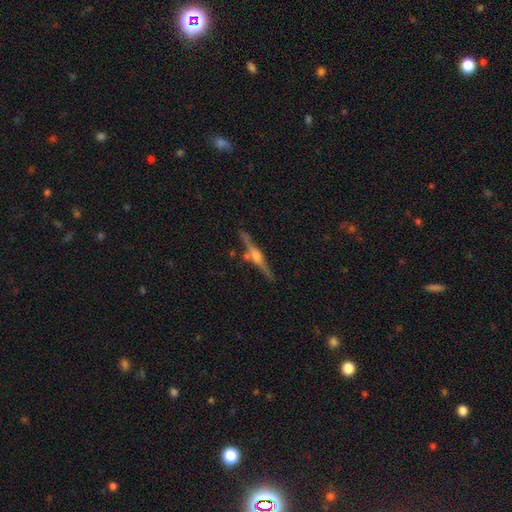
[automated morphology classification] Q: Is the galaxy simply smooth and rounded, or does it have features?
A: featured or disk — 78%.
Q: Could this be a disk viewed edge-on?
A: yes — 98%.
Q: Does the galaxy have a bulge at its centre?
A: rounded — 84%.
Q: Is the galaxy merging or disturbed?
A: none — 80%.